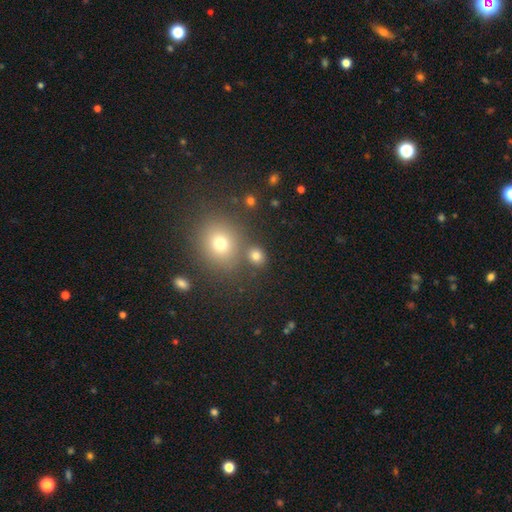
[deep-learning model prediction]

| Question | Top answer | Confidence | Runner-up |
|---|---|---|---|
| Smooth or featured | smooth | 77% | star or artifact (16%) |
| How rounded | round | 74% | in between (25%) |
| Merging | none | 75% | merger (13%) |